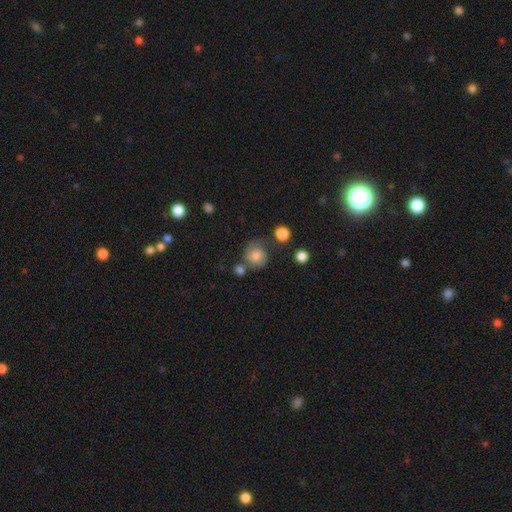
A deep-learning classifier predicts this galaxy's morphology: A smooth galaxy with no disk features (65%) that is round (81%).

Vote fractions:
- Smooth or featured? smooth: 65% / featured or disk: 25% / star or artifact: 10%
- How rounded? round: 81% / in between: 18% / cigar-shaped: 1%
- Merging? none: 54% / minor disturbance: 24% / major disturbance: 13% / merger: 10%